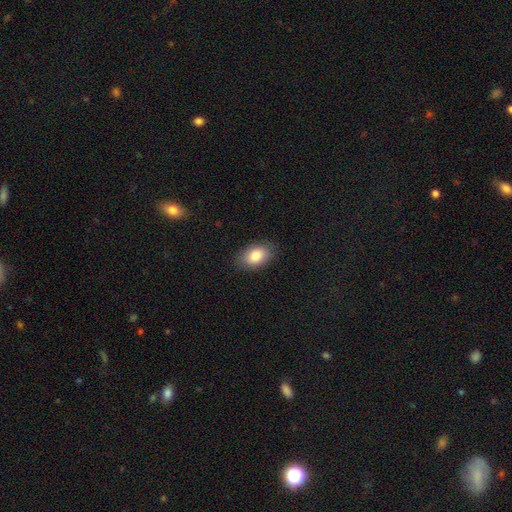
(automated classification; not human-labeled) The model was most divided on "smooth or featured": smooth: 84%, featured or disk: 9%, star or artifact: 7%. More confident: how rounded — in between (90%); merging — none (87%).